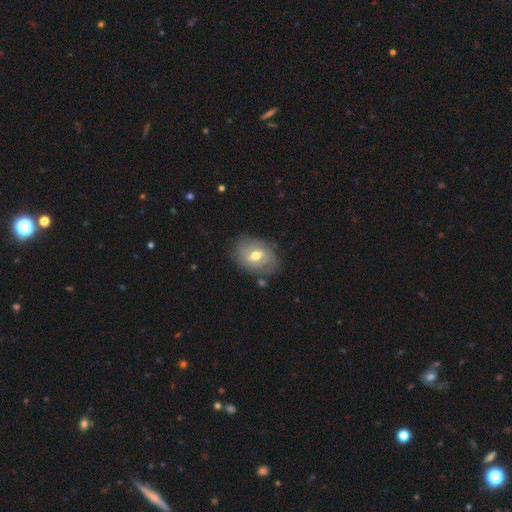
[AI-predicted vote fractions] The model was most divided on "smooth or featured": featured or disk: 51%, smooth: 41%, star or artifact: 7%. More confident: edge-on disk — no (93%); merging — none (73%).